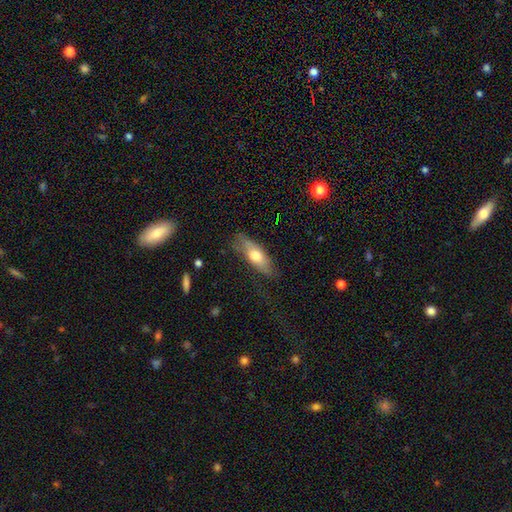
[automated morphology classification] smooth_or_featured: smooth (p=0.62) [alt: featured or disk p=0.32]
how_rounded: in between (p=0.61) [alt: cigar-shaped p=0.37]
merging: none (p=0.68) [alt: minor disturbance p=0.23]